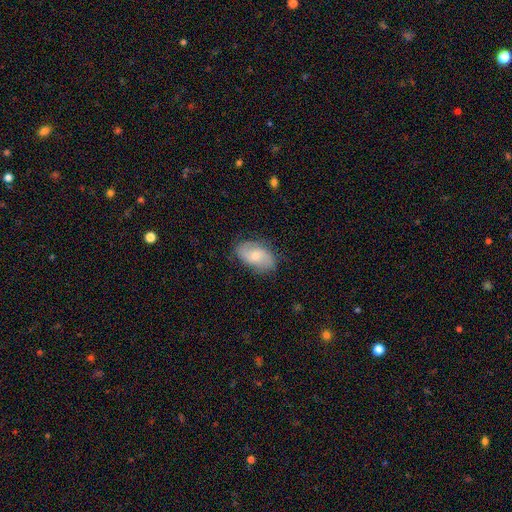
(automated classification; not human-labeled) The model was most divided on "smooth or featured": featured or disk: 49%, smooth: 43%, star or artifact: 7%. More confident: merging — none (75%).